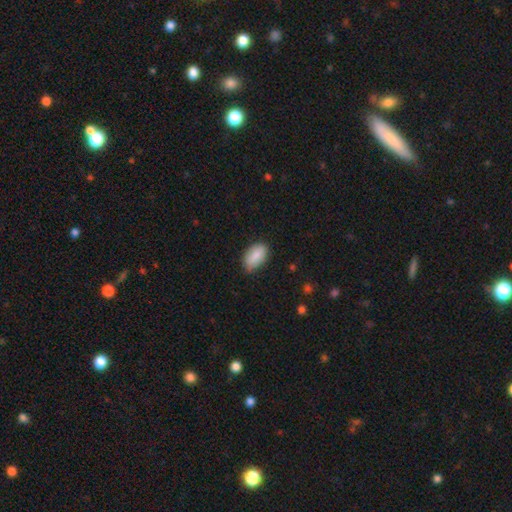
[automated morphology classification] Smooth or featured: smooth — 86% (featured or disk — 7%)
How rounded: in between — 93% (round — 5%)
Merging: none — 78% (minor disturbance — 18%)